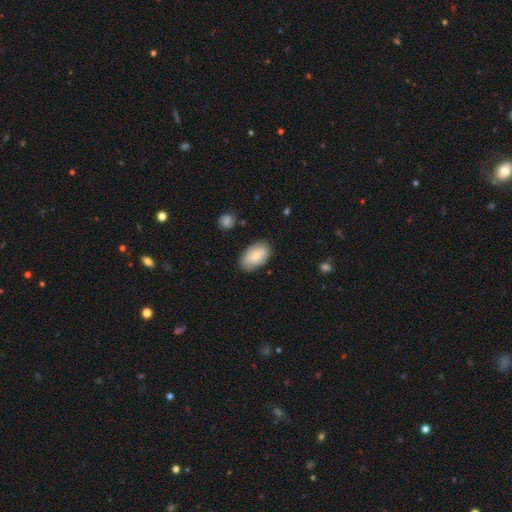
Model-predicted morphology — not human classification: A smooth galaxy with no disk features (81%) that is in between round and cigar-shaped (93%).

Vote fractions:
- Smooth or featured? smooth: 81% / featured or disk: 12% / star or artifact: 6%
- How rounded? in between: 93% / round: 5% / cigar-shaped: 2%
- Merging? none: 79% / minor disturbance: 16% / major disturbance: 3% / merger: 2%